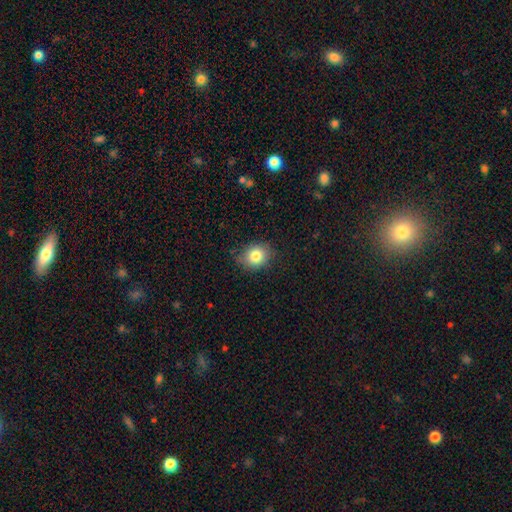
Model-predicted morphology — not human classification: This appears to be a smooth galaxy with no disk features (82%) that is round (59%). Merging: none (81%).